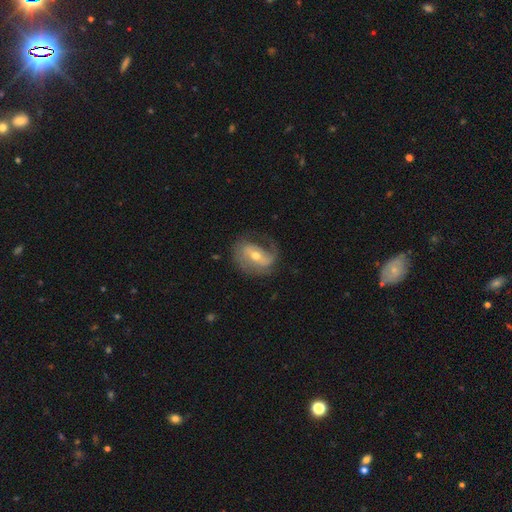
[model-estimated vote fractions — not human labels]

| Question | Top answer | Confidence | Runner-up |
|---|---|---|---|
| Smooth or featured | featured or disk | 77% | smooth (17%) |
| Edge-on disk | no | 95% | yes (5%) |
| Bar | weak | 39% | strong (36%) |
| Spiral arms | yes | 88% | no (12%) |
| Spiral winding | medium | 42% | loose (31%) |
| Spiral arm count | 2 | 55% | 1 (28%) |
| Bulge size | moderate | 62% | small (34%) |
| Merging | none | 58% | minor disturbance (22%) |